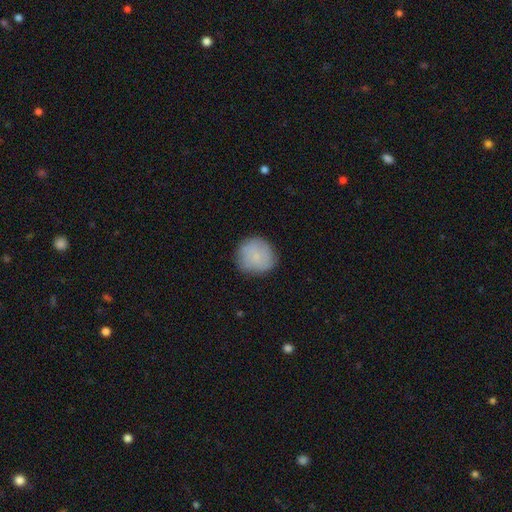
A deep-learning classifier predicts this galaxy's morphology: Overall: smooth (78%). How rounded: round (89%). Merging: none (81%).